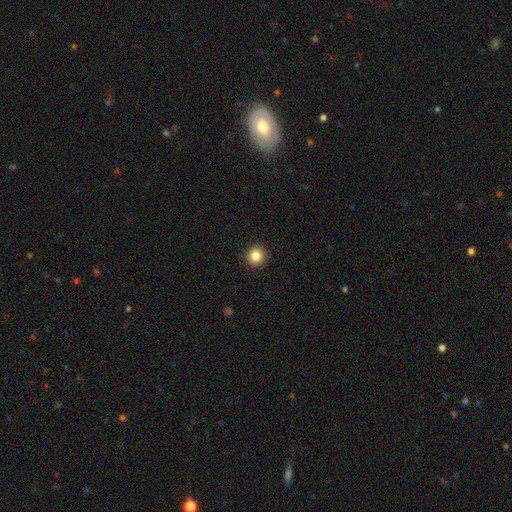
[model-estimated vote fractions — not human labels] Morphology: type=smooth (85%); roundness=round (93%); merging=none (93%).